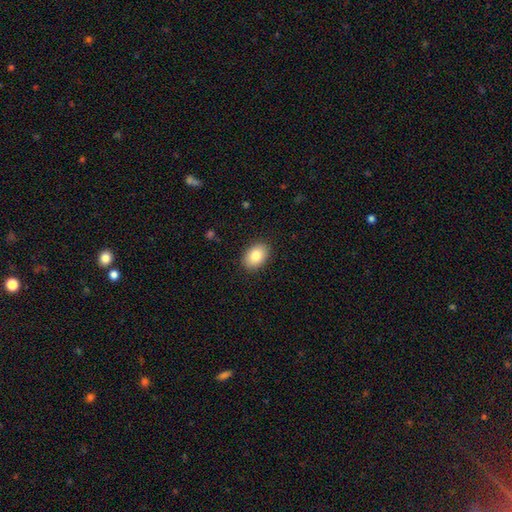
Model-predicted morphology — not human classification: Smooth or featured? Predicted: smooth (p=0.84). How rounded? Predicted: in between (p=0.80). Merging? Predicted: none (p=0.89).